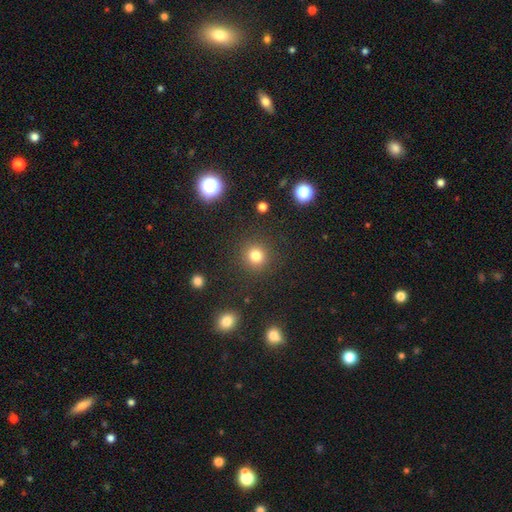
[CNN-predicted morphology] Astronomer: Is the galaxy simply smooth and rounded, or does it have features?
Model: smooth — 80%.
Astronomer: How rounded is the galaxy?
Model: round — 91%.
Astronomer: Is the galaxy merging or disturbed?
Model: none — 88%.